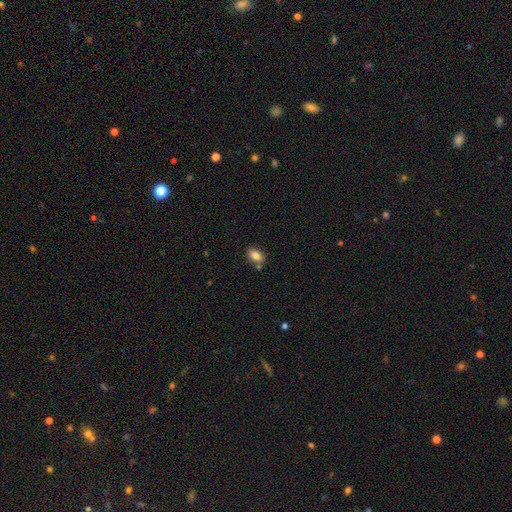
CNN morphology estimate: This is clearly a smooth galaxy (83%). How rounded: clearly in between (82%). Merging: likely none (70%).